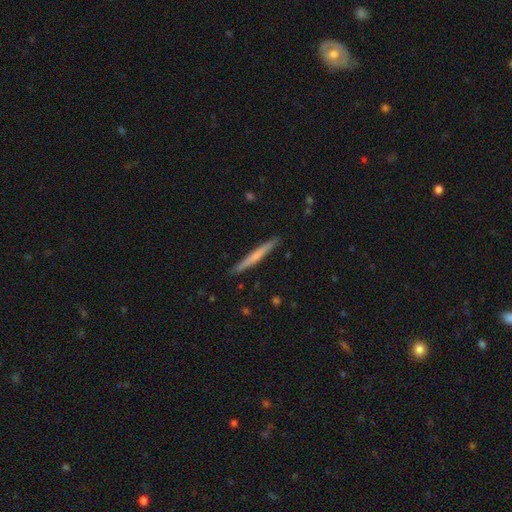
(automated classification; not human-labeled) This appears to be a smooth galaxy with no disk features (56%) that is cigar-shaped (97%). Merging: none (90%).